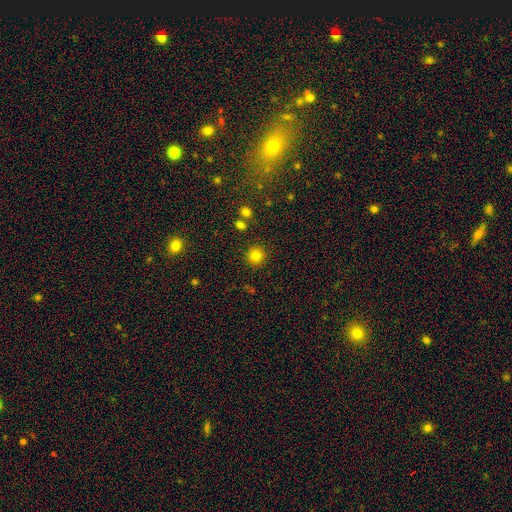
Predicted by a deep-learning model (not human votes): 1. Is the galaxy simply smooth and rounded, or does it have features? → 82% smooth, 13% star or artifact, 6% featured or disk.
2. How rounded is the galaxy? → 93% round, 6% in between, 1% cigar-shaped.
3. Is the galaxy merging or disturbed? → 89% none, 6% minor disturbance, 3% merger, 2% major disturbance.